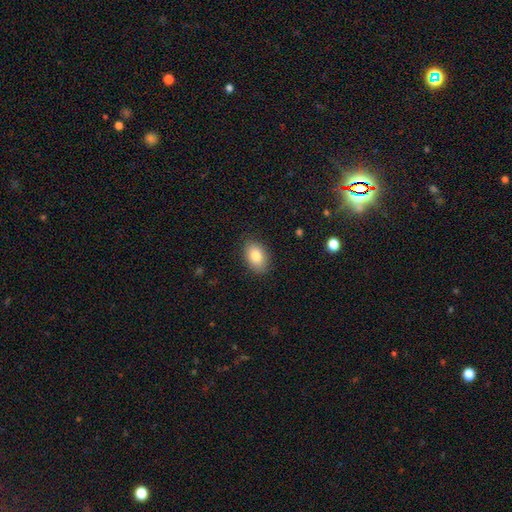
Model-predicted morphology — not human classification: smooth_or_featured: smooth (p=0.84) [alt: featured or disk p=0.08]
how_rounded: in between (p=0.88) [alt: round p=0.11]
merging: none (p=0.86) [alt: minor disturbance p=0.10]